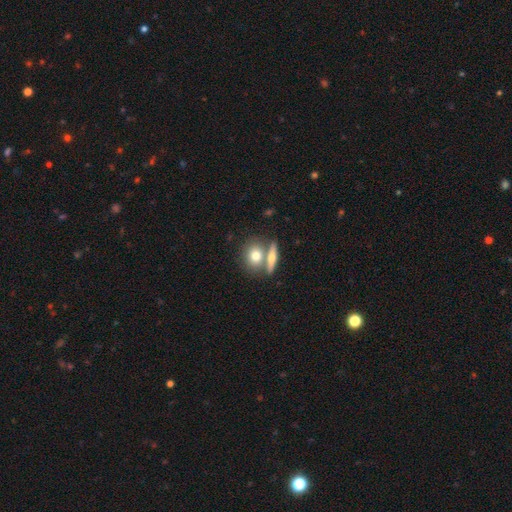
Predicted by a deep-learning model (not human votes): Smooth or featured? smooth (72%)
How rounded? round (49%)
Merging? none (50%)